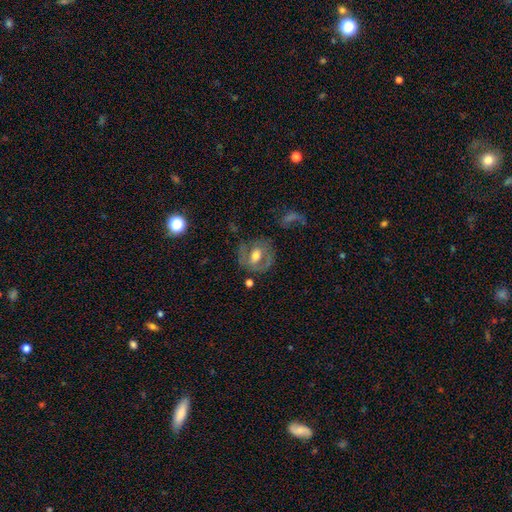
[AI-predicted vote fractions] A featured or disk galaxy (60%) with no bar (41%), spiral arms (52%) and a moderate central bulge (71%).

Vote fractions:
- Smooth or featured? featured or disk: 60% / smooth: 33% / star or artifact: 7%
- Edge-on disk? no: 95% / yes: 5%
- Bar? no: 41% / weak: 38% / strong: 21%
- Spiral arms? yes: 52% / no: 48%
- Bulge size? moderate: 71% / large: 15% / small: 11% / none: 2% / dominant: 1%
- Merging? none: 63% / minor disturbance: 21% / major disturbance: 13% / merger: 3%